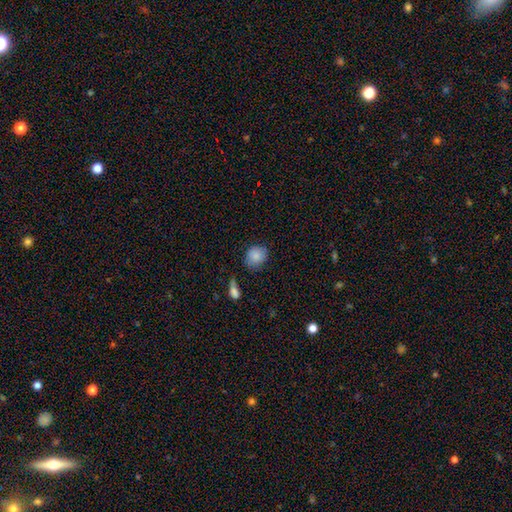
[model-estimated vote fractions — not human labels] Overall: smooth (86%). How rounded: round (71%). Merging: none (68%).